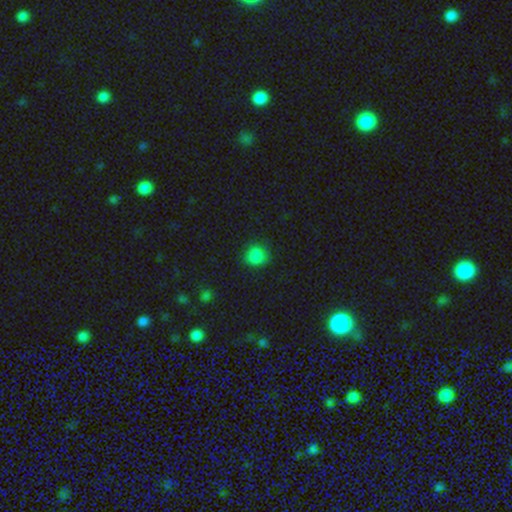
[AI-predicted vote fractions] smooth 82%, star or artifact 14%, featured or disk 4%. Down the decision tree: how rounded — round (74%); merging — none (77%).